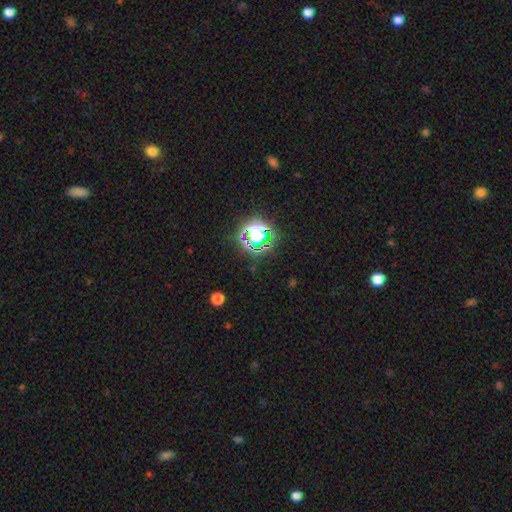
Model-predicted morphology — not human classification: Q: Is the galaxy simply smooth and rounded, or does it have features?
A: star or artifact — 78%.